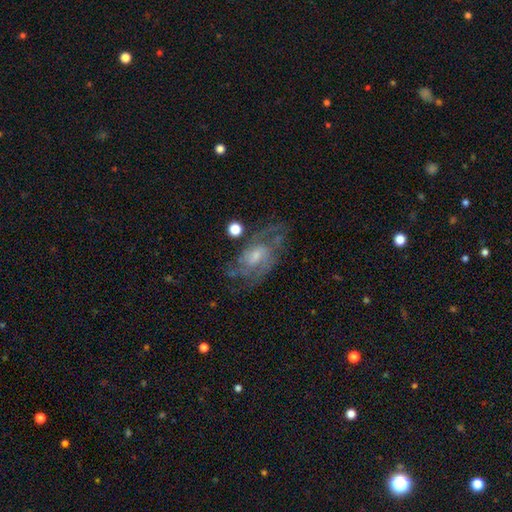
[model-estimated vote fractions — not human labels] A featured or disk galaxy (79%) with no bar (52%), medium (46%) spiral arms (91%) and a small central bulge (51%).

Vote fractions:
- Smooth or featured? featured or disk: 79% / smooth: 12% / star or artifact: 9%
- Edge-on disk? no: 95% / yes: 5%
- Bar? no: 52% / weak: 40% / strong: 7%
- Spiral arms? yes: 91% / no: 9%
- Spiral winding? medium: 46% / tight: 38% / loose: 16%
- Spiral arm count? can't tell: 32% / 2: 28% / 3: 21% / 4: 9% / 1: 5% / more than 4: 5%
- Bulge size? small: 51% / moderate: 36% / none: 9% / large: 4% / dominant: 1%
- Merging? none: 65% / minor disturbance: 18% / major disturbance: 13% / merger: 3%